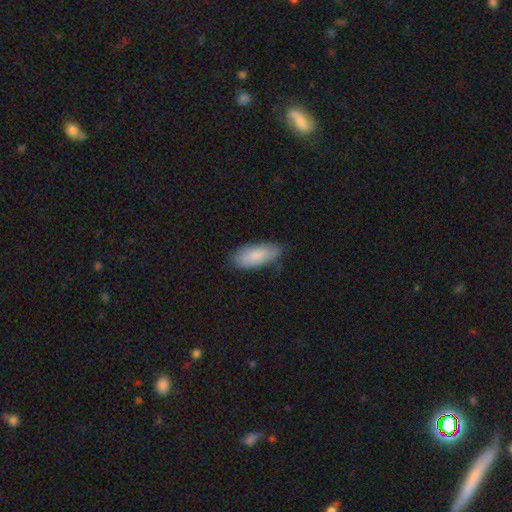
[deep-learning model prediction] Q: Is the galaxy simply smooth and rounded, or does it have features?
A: smooth — 86%.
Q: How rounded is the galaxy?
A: in between — 84%.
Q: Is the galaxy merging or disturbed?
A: none — 75%.